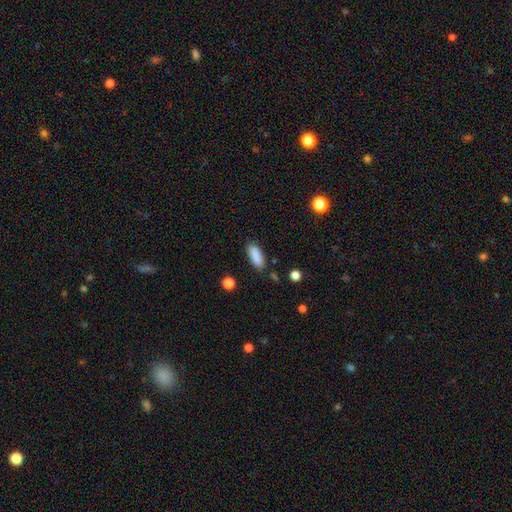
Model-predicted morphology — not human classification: type=smooth (88%); roundness=in between (71%); merging=none (82%).